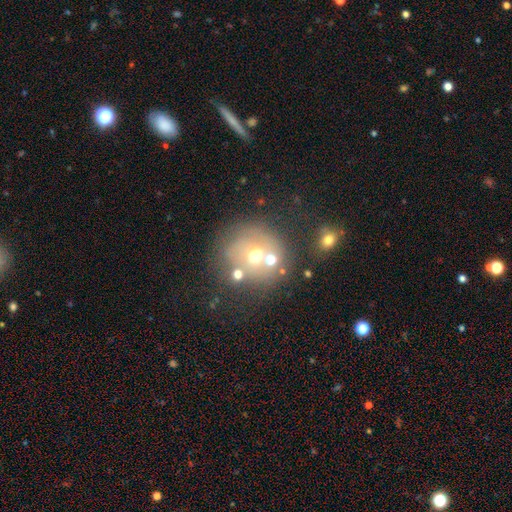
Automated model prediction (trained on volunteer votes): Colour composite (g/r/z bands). It shows a smooth galaxy with no disk features (54%) that is round (86%). Merging: none (58%).